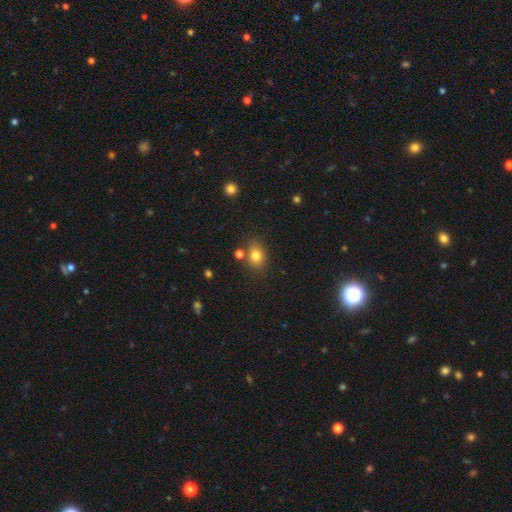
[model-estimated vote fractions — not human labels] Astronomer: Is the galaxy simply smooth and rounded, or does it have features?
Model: smooth — 80%.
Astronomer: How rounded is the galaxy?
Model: in between — 52% (runner-up: round, 47%).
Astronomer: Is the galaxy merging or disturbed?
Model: none — 74%.